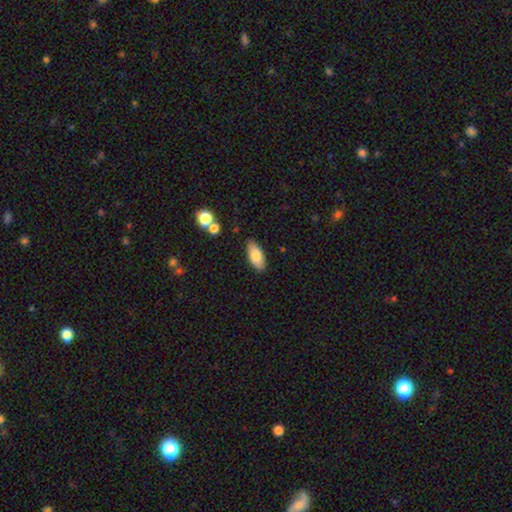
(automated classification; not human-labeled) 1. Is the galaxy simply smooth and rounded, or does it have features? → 83% smooth, 10% featured or disk, 7% star or artifact.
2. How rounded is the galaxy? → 85% in between, 13% cigar-shaped, 2% round.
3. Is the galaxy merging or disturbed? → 84% none, 11% minor disturbance, 2% merger, 2% major disturbance.